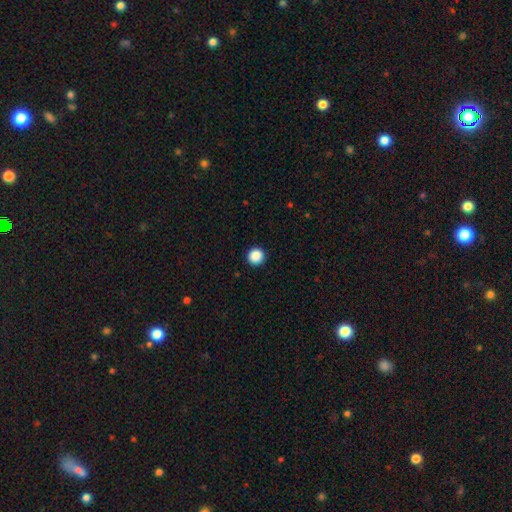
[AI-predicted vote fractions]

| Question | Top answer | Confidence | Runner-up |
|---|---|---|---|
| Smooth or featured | smooth | 89% | star or artifact (9%) |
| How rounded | round | 96% | in between (3%) |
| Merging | none | 93% | minor disturbance (4%) |